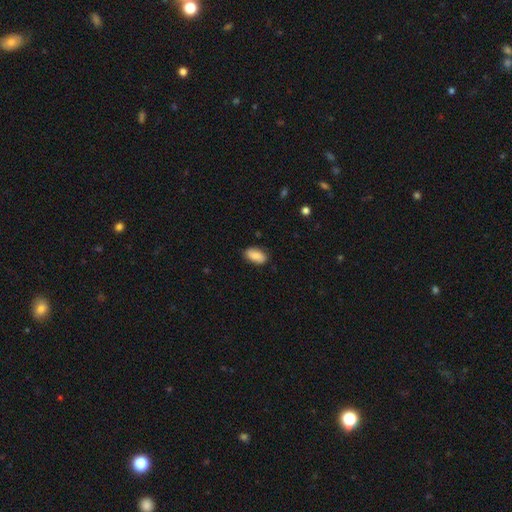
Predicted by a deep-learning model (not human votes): This is clearly a smooth galaxy (84%). How rounded: clearly in between (93%). Merging: clearly none (83%).